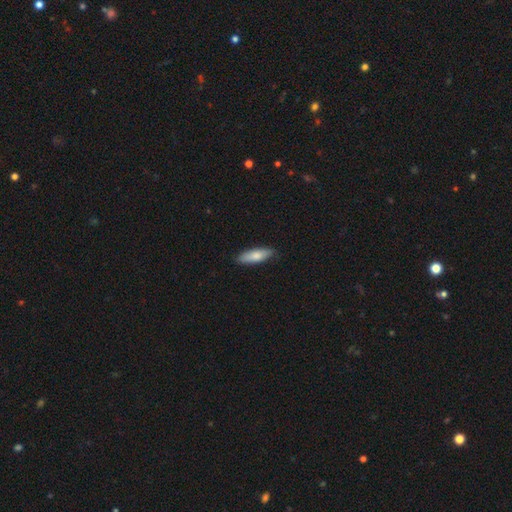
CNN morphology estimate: Overall: smooth (79%). How rounded: in between (52%; cigar-shaped 47%). Merging: none (86%).